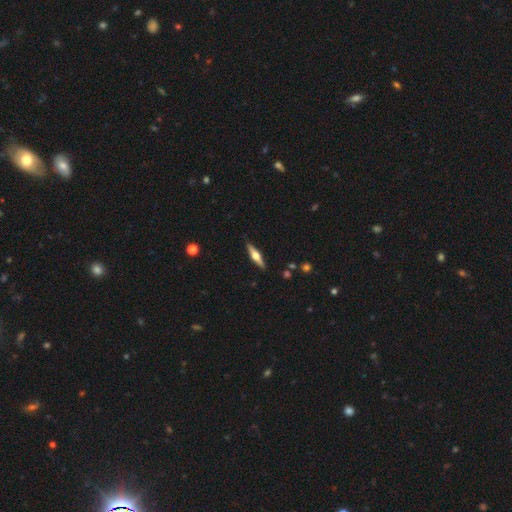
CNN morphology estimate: A featured or disk galaxy (65%) viewed edge-on (96%) with a rounded central bulge (93%).

Vote fractions:
- Smooth or featured? featured or disk: 65% / smooth: 30% / star or artifact: 5%
- Edge-on disk? yes: 96% / no: 4%
- Edge-on bulge? rounded: 93% / boxy: 5% / none: 2%
- Merging? none: 90% / minor disturbance: 7% / major disturbance: 2% / merger: 1%